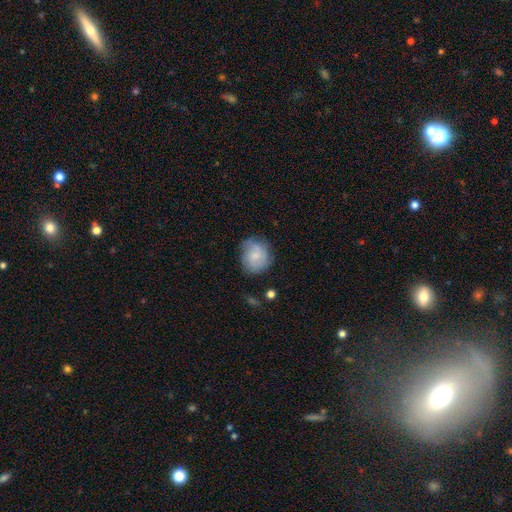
smooth-or-featured: smooth: 63% | featured or disk: 29% | star or artifact: 8%
  how-rounded: round: 54% | in between: 46% | cigar-shaped: 0%
  merging: none: 60% | minor disturbance: 23% | major disturbance: 14% | merger: 3%